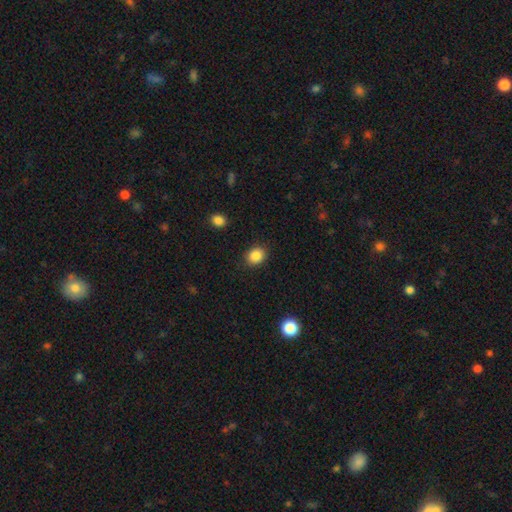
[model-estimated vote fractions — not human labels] Smooth or featured?
  - smooth: 86% *
  - star or artifact: 9%
  - featured or disk: 4%
How rounded?
  - round: 57% *
  - in between: 43%
  - cigar-shaped: 1%
Merging?
  - none: 88% *
  - minor disturbance: 9%
  - major disturbance: 2%
  - merger: 1%